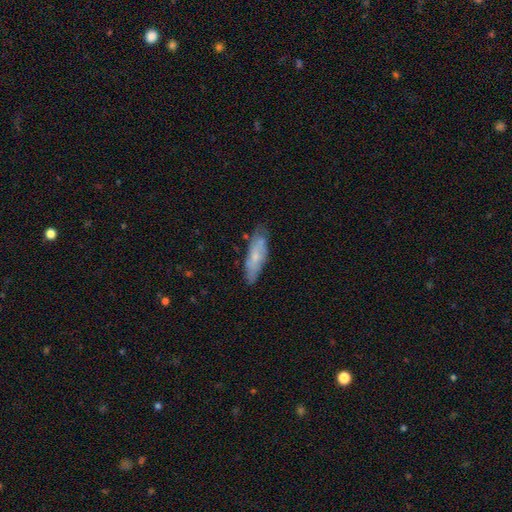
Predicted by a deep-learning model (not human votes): The model was most divided on "how rounded": cigar-shaped: 52%, in between: 46%, round: 2%. More confident: merging — none (69%); smooth or featured — smooth (53%).